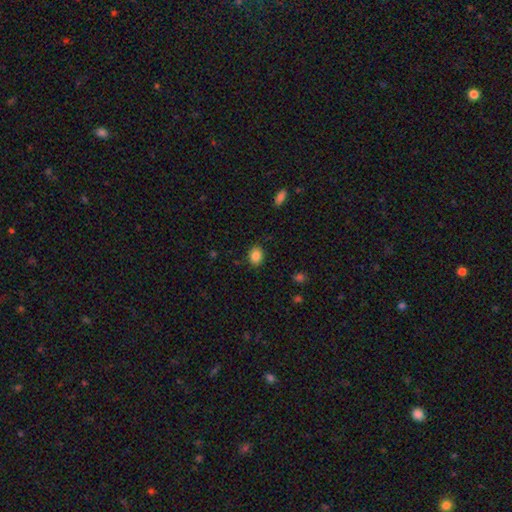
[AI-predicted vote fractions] Q: Smooth or featured?
A: smooth (85%); runner-up: star or artifact (9%)
Q: How rounded?
A: in between (55%); runner-up: round (44%)
Q: Merging?
A: none (86%); runner-up: minor disturbance (10%)